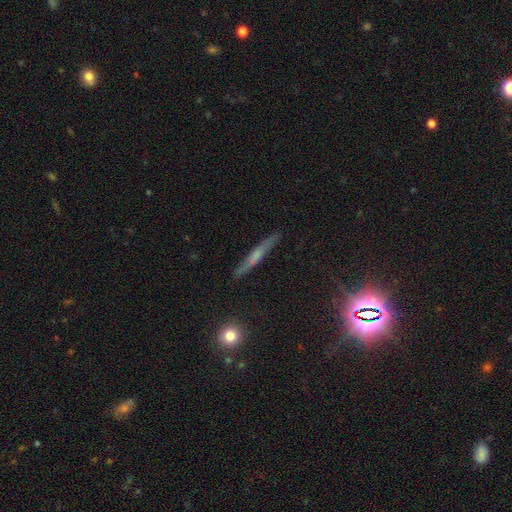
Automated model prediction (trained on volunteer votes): Smooth or featured?
  - featured or disk: 51% *
  - smooth: 40%
  - star or artifact: 10%
Edge-on disk?
  - yes: 92% *
  - no: 8%
Merging?
  - none: 86% *
  - minor disturbance: 10%
  - major disturbance: 2%
  - merger: 1%